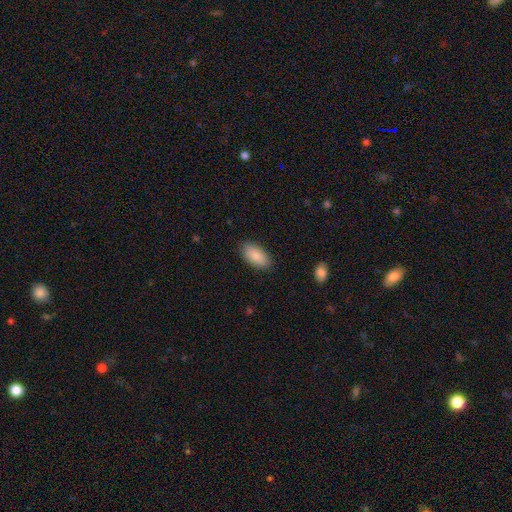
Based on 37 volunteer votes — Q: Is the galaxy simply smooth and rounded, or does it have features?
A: smooth — 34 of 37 (92%).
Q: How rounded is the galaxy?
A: in between — 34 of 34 (100%).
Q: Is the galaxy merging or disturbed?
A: none — 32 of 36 (89%).